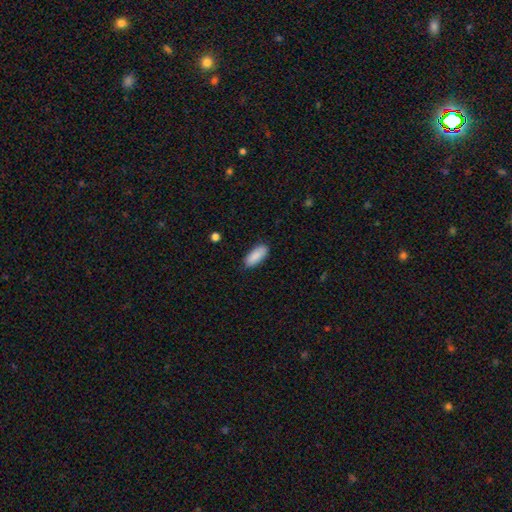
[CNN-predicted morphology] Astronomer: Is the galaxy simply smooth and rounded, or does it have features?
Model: smooth — 90%.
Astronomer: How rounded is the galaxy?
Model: in between — 84%.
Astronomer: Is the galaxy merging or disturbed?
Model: none — 86%.